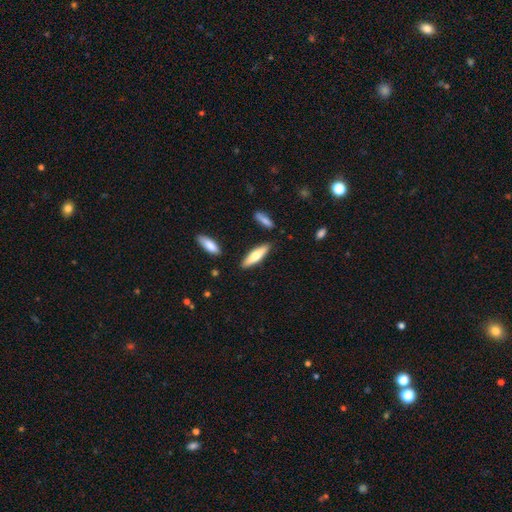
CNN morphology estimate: Smooth or featured? smooth (67%)
How rounded? cigar-shaped (68%)
Merging? none (84%)